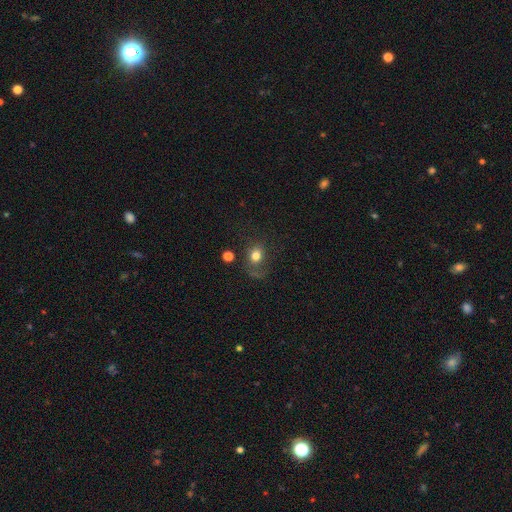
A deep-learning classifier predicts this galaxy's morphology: Smooth or featured?
  - smooth: 73% *
  - featured or disk: 15%
  - star or artifact: 12%
How rounded?
  - round: 60% *
  - in between: 39%
  - cigar-shaped: 1%
Merging?
  - none: 50% *
  - major disturbance: 23%
  - minor disturbance: 20%
  - merger: 6%